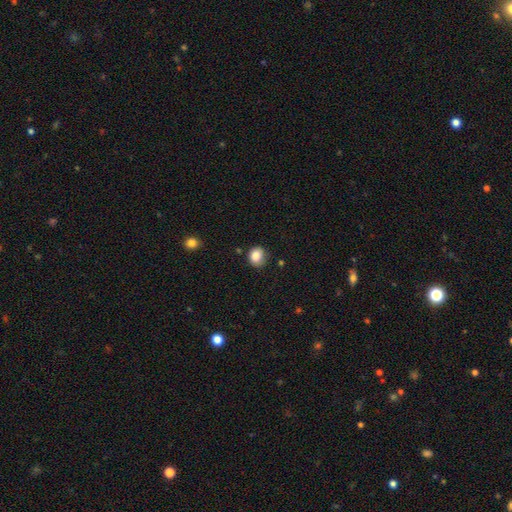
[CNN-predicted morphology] smooth_or_featured: smooth (p=0.84) [alt: star or artifact p=0.10]
how_rounded: round (p=0.72) [alt: in between p=0.27]
merging: none (p=0.73) [alt: minor disturbance p=0.21]